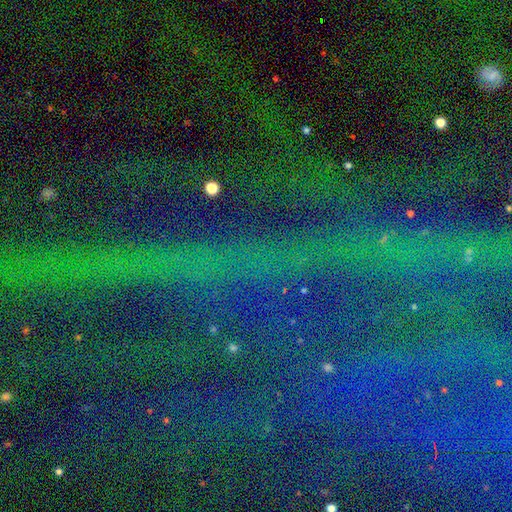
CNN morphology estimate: Smooth or featured? star or artifact (84%)